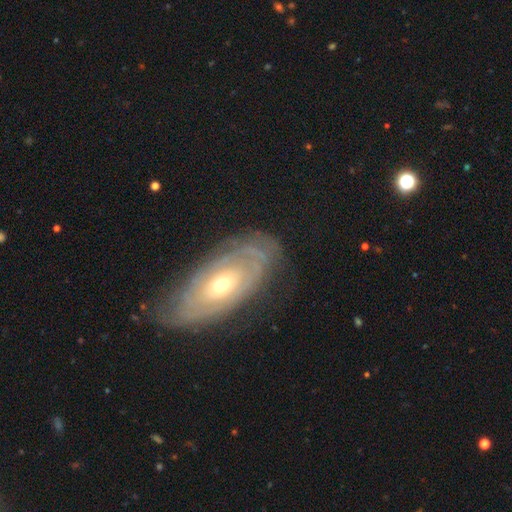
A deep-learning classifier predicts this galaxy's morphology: Smooth or featured? Predicted: featured or disk (p=0.75). Edge-on disk? Predicted: no (p=0.90). Bar? Predicted: no (p=0.78). Spiral arms? Predicted: yes (p=0.76). Spiral winding? Predicted: tight (p=0.78). Spiral arm count? Predicted: can't tell (p=0.56). Bulge size? Predicted: moderate (p=0.49). Merging? Predicted: none (p=0.74).